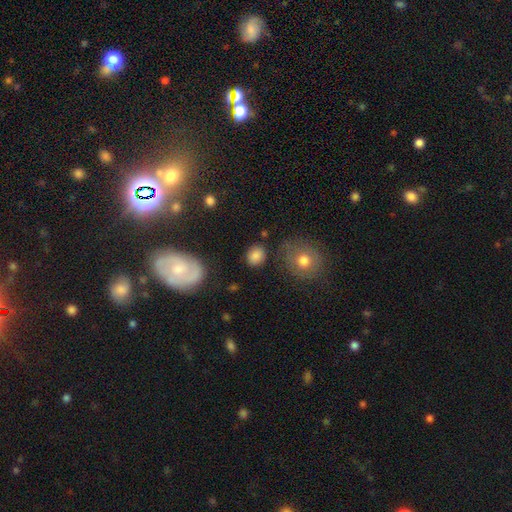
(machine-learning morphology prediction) smooth-or-featured: smooth: 84% | star or artifact: 10% | featured or disk: 6%
  how-rounded: round: 61% | in between: 38% | cigar-shaped: 1%
  merging: none: 79% | minor disturbance: 12% | major disturbance: 4% | merger: 4%